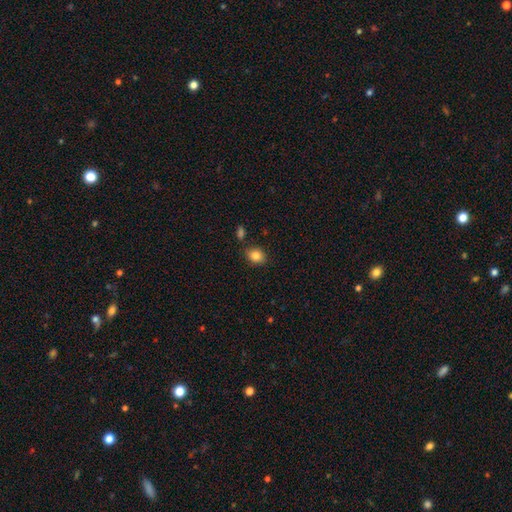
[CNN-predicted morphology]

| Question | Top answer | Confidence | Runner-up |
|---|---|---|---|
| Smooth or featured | smooth | 85% | star or artifact (9%) |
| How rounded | in between | 56% | round (43%) |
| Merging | none | 81% | minor disturbance (11%) |